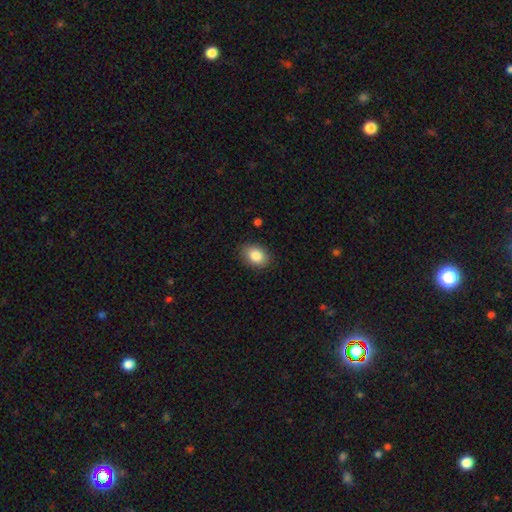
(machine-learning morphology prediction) Smooth or featured?
  - smooth: 86% *
  - star or artifact: 8%
  - featured or disk: 7%
How rounded?
  - in between: 80% *
  - round: 19%
  - cigar-shaped: 1%
Merging?
  - none: 85% *
  - minor disturbance: 11%
  - major disturbance: 2%
  - merger: 1%